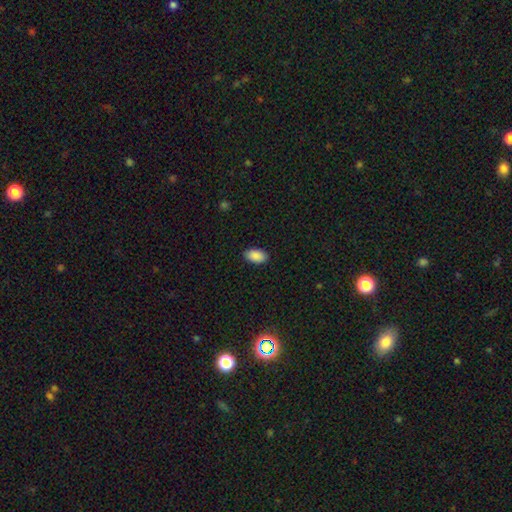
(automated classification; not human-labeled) Morphology: type=smooth (90%); roundness=in between (95%); merging=none (89%).